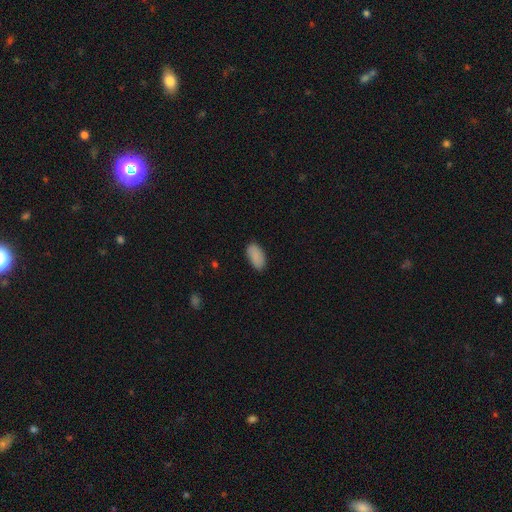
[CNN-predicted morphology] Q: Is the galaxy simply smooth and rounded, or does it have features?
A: smooth — 88%.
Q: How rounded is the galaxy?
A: in between — 94%.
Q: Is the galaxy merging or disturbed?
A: none — 85%.